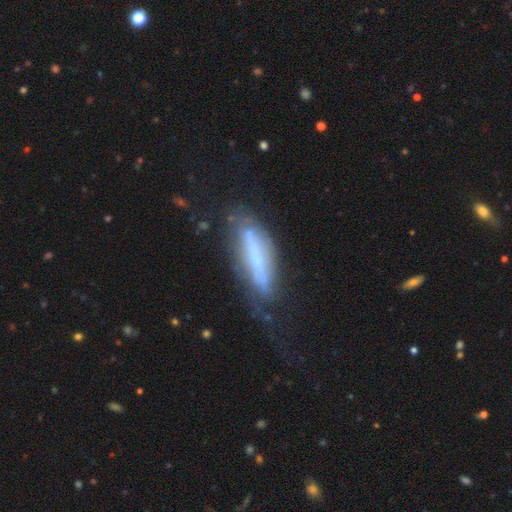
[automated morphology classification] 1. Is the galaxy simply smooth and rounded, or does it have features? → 52% featured or disk, 39% smooth, 8% star or artifact.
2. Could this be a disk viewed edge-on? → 52% no, 48% yes.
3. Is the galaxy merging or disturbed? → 48% none, 28% minor disturbance, 21% major disturbance, 3% merger.